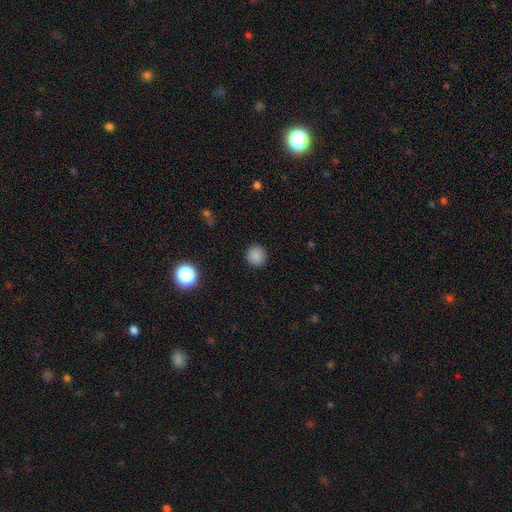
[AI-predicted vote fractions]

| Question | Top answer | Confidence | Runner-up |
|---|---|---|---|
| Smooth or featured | smooth | 86% | star or artifact (11%) |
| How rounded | round | 91% | in between (8%) |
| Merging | none | 90% | minor disturbance (6%) |